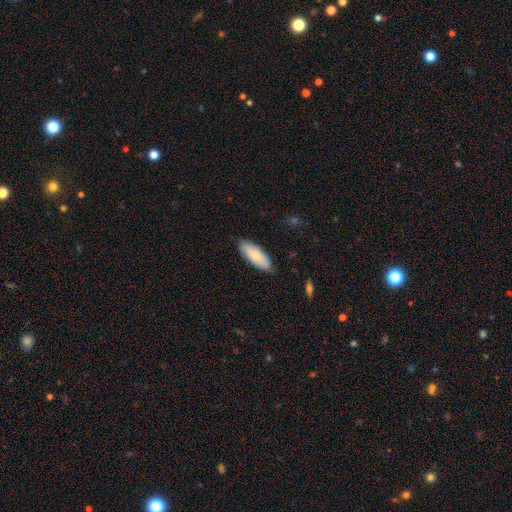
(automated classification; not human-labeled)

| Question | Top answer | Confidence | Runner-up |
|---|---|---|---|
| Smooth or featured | smooth | 77% | featured or disk (18%) |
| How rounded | in between | 76% | cigar-shaped (22%) |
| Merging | none | 84% | minor disturbance (13%) |